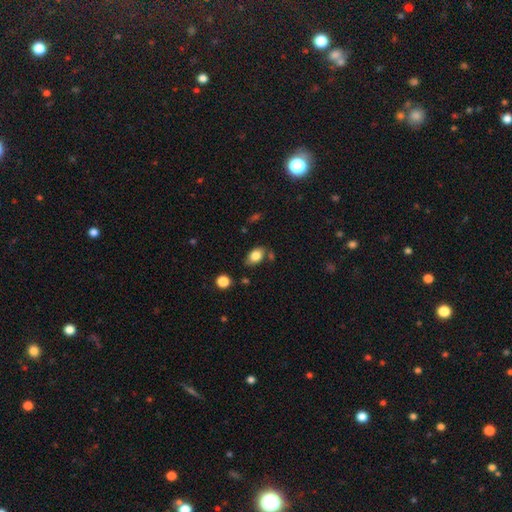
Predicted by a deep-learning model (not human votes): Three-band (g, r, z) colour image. It shows a smooth galaxy with no disk features (81%) that is in between round and cigar-shaped (86%). Merging: none (73%).